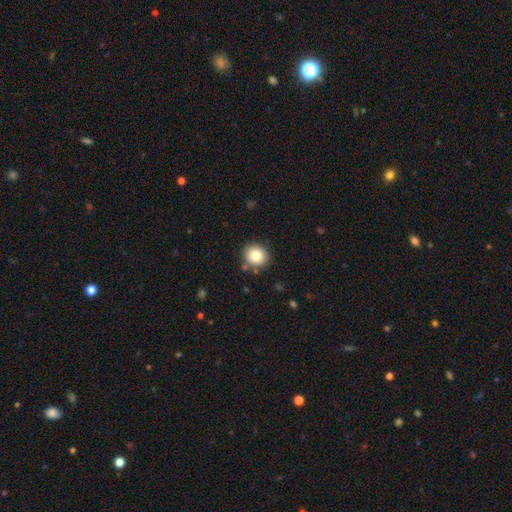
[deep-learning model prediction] Overall: smooth (80%). How rounded: round (88%). Merging: none (85%).